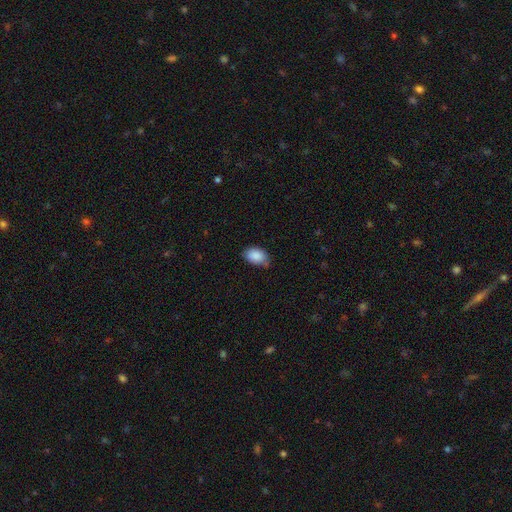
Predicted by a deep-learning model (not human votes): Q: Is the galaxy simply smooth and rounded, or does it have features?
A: smooth — 88%.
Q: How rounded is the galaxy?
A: in between — 87%.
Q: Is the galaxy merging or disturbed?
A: none — 64%.